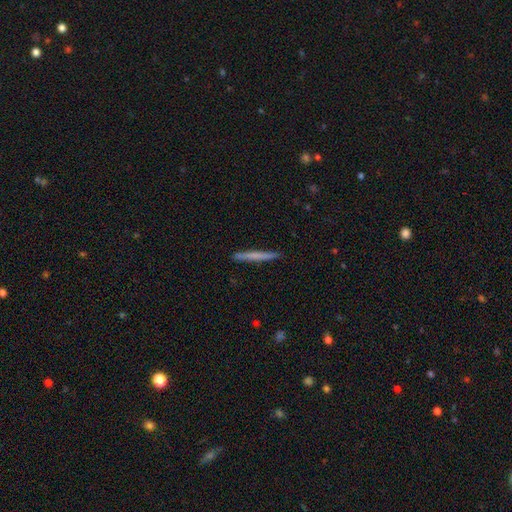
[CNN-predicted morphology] This appears to be a smooth galaxy with no disk features (59%) that is cigar-shaped (97%). Merging: none (90%).